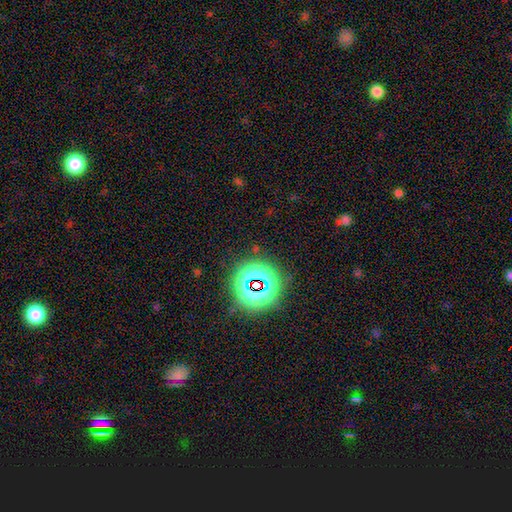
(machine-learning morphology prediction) Overall: star or artifact (75%).